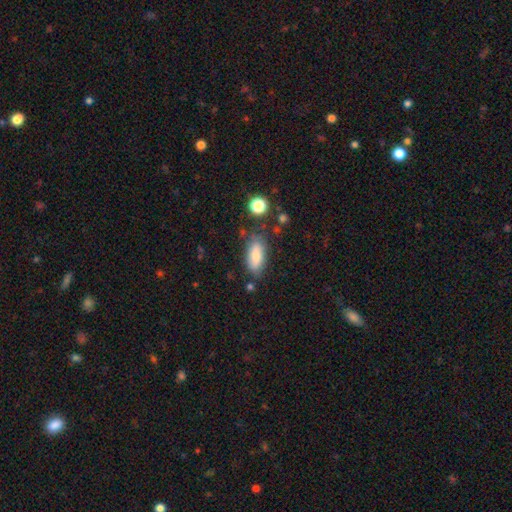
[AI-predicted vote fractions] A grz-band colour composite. It shows a smooth galaxy with no disk features (79%) that is in between round and cigar-shaped (82%). Merging: none (71%).